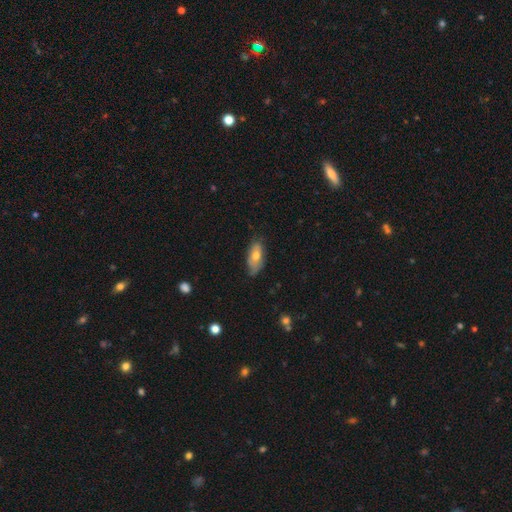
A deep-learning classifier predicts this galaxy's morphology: type=smooth (64%); roundness=in between (85%); merging=none (65%).